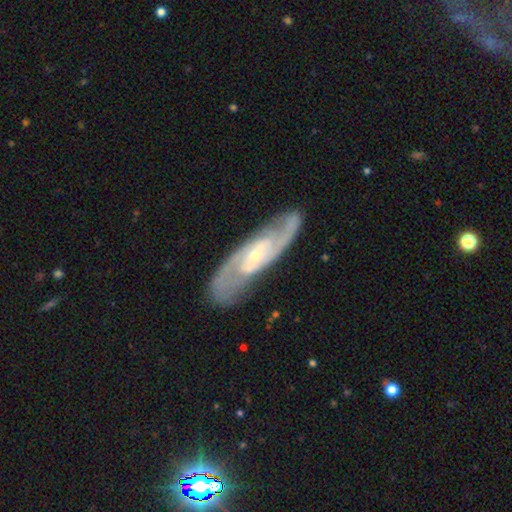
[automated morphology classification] Overall: featured or disk (89%). Edge-on disk: no (90%). Bar: no (40%; weak 39%). Spiral arms: yes (97%). Spiral arm count: 2 (87%). Spiral winding: medium (51%; tight 36%). Bulge size: small (70%). Merging: none (82%).